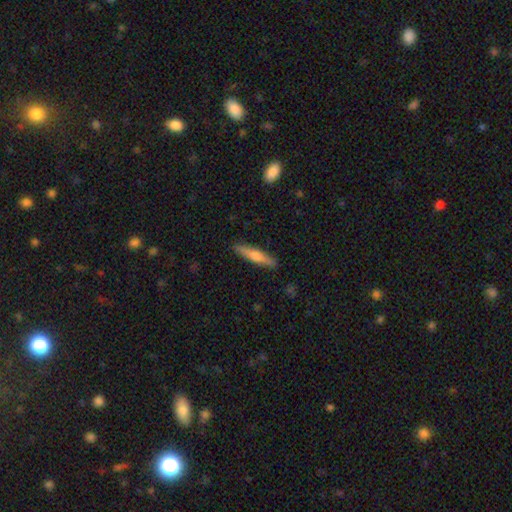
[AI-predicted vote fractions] This is possibly a smooth galaxy (52%). How rounded: clearly cigar-shaped (89%). Merging: clearly none (90%).